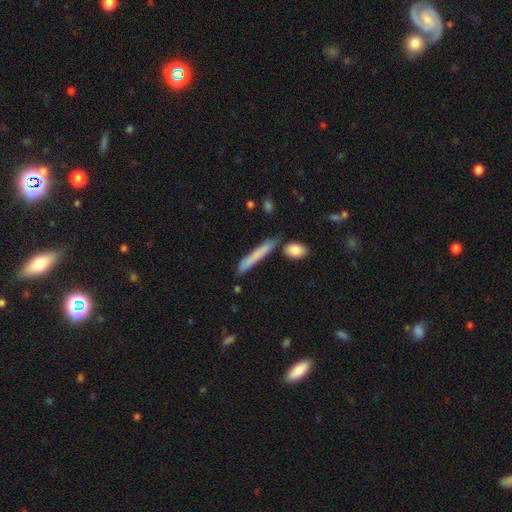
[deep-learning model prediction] smooth_or_featured: smooth (p=0.71) [alt: featured or disk p=0.22]
how_rounded: cigar-shaped (p=0.94) [alt: in between p=0.04]
merging: none (p=0.77) [alt: minor disturbance p=0.14]